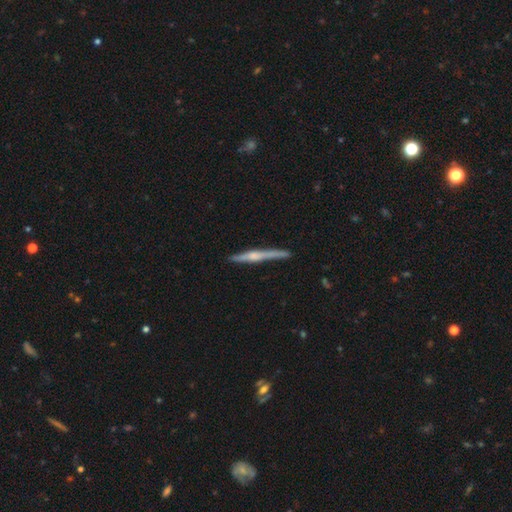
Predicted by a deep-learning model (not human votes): The model was most divided on "smooth or featured": featured or disk: 69%, smooth: 26%, star or artifact: 5%. More confident: edge-on disk — yes (98%); merging — none (86%); edge-on bulge — rounded (71%).